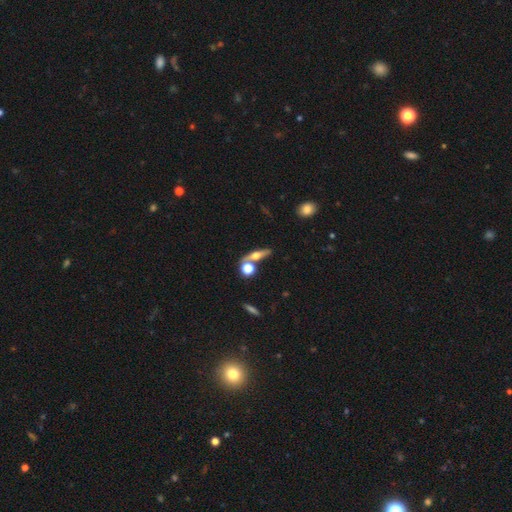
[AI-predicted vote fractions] Smooth or featured? Predicted: featured or disk (p=0.57). Edge-on disk? Predicted: yes (p=0.89). Edge-on bulge? Predicted: rounded (p=0.94). Merging? Predicted: none (p=0.69).